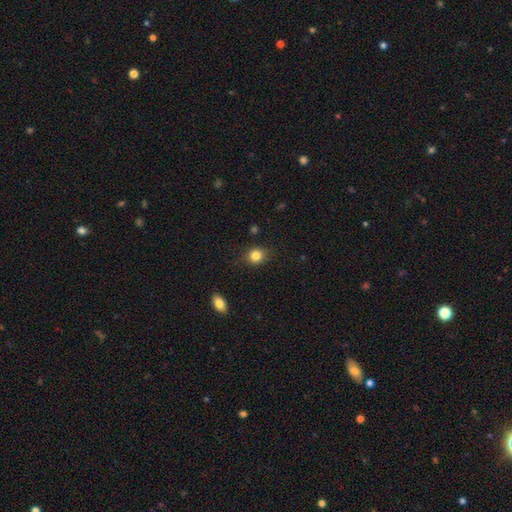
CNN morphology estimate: This appears to be a smooth galaxy with no disk features (83%) that is round (67%). Merging: none (83%).